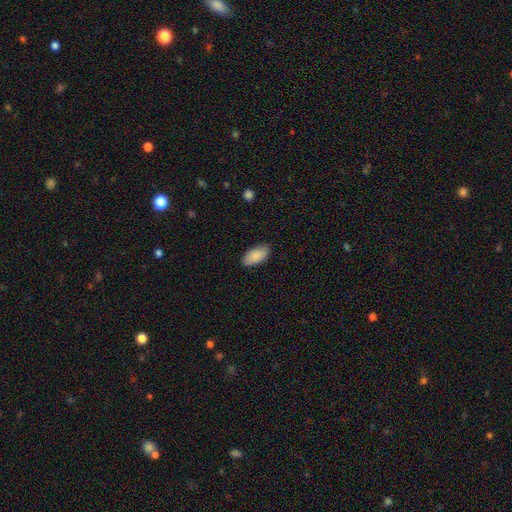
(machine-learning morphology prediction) smooth 89%, star or artifact 6%, featured or disk 5%. Down the decision tree: how rounded — in between (94%); merging — none (85%).